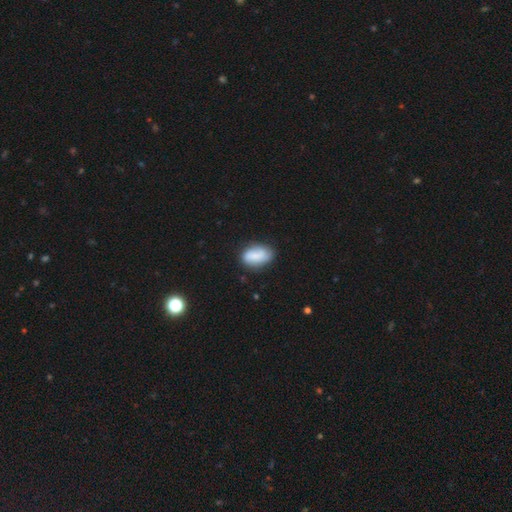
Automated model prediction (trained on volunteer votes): Smooth or featured: smooth — 77% (featured or disk — 16%)
How rounded: in between — 89% (round — 8%)
Merging: none — 69% (minor disturbance — 23%)